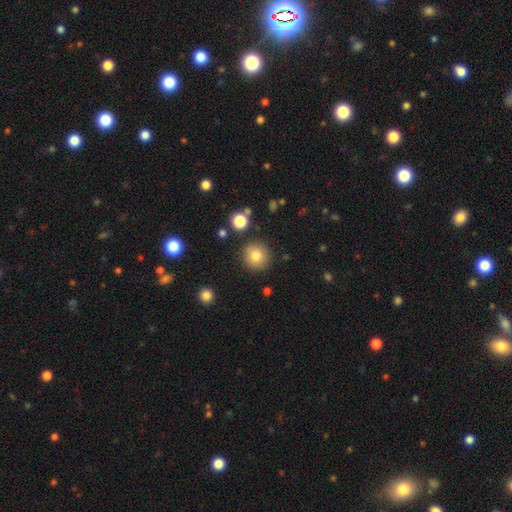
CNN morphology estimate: A smooth galaxy with no disk features (80%) that is round (94%). Merging: none (88%).